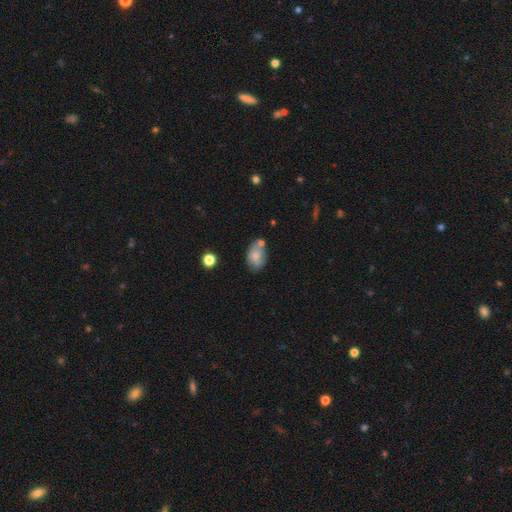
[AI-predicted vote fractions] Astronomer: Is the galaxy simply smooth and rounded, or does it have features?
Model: smooth — 73%.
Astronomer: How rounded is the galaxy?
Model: in between — 87%.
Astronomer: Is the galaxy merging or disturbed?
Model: none — 56%.